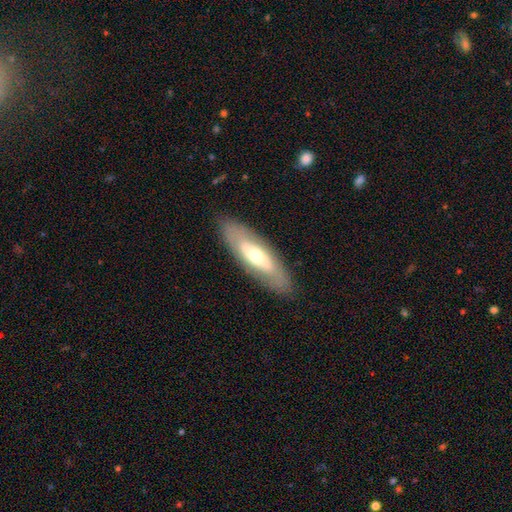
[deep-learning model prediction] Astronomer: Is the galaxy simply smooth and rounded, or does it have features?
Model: featured or disk — 51% (runner-up: smooth, 43%).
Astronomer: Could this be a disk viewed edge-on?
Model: no — 70%.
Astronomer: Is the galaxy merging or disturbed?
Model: none — 85%.